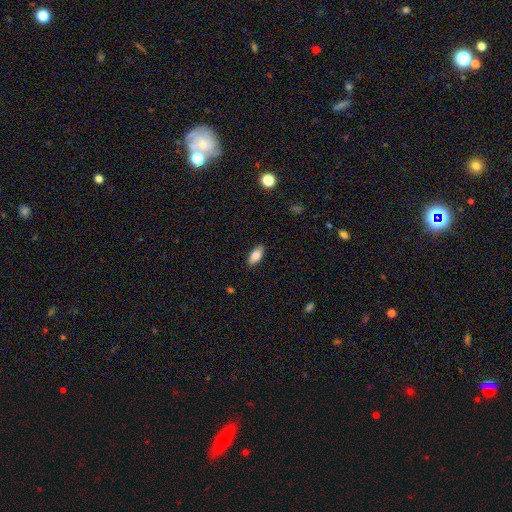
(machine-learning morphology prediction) This is clearly a smooth galaxy (86%). How rounded: clearly in between (88%). Merging: clearly none (86%).